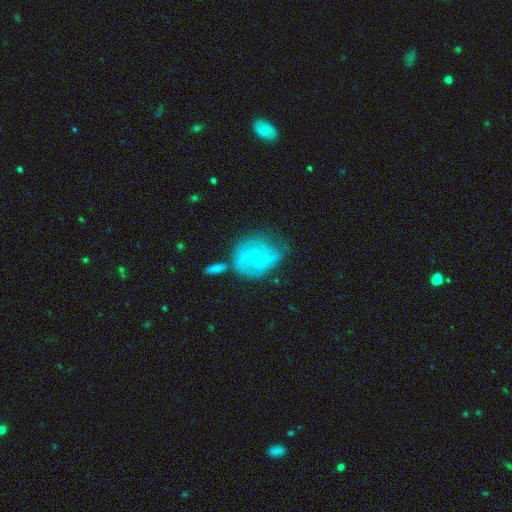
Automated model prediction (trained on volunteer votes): Smooth or featured? Predicted: featured or disk (p=0.65). Edge-on disk? Predicted: no (p=0.97). Bar? Predicted: no (p=0.78). Spiral arms? Predicted: yes (p=0.73). Bulge size? Predicted: small (p=0.81). Merging? Predicted: none (p=0.41).